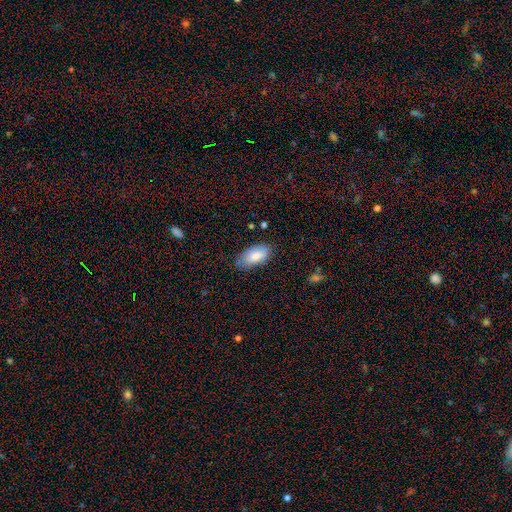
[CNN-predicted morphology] Smooth or featured? Predicted: smooth (p=0.83). How rounded? Predicted: in between (p=0.92). Merging? Predicted: none (p=0.77).